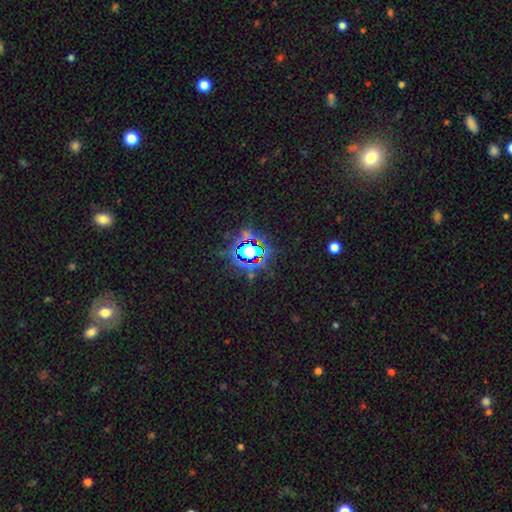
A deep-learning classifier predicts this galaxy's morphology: Overall: star or artifact (80%).